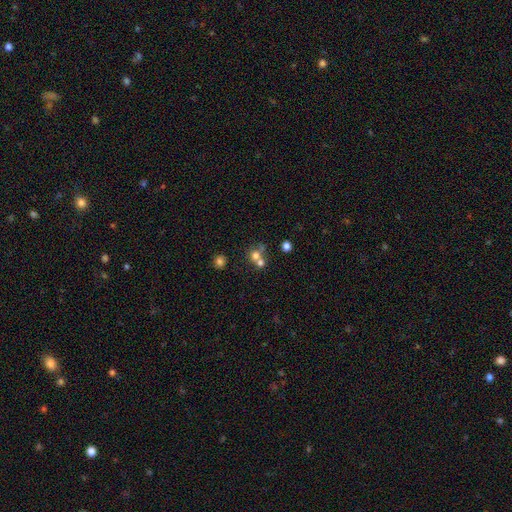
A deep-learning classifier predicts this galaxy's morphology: smooth_or_featured: smooth (p=0.66) [alt: featured or disk p=0.18]
how_rounded: round (p=0.82) [alt: in between p=0.17]
merging: merger (p=0.50) [alt: none p=0.39]